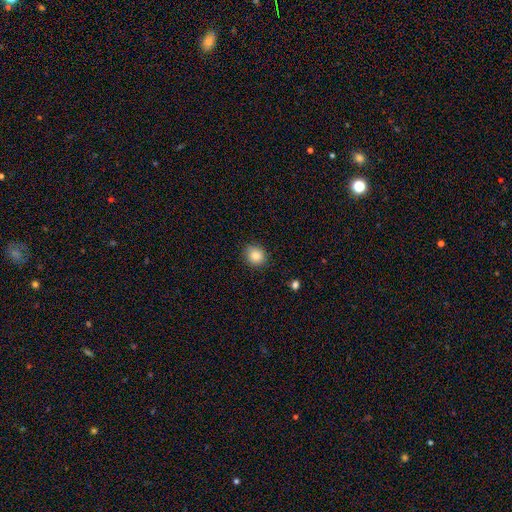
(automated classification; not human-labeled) Smooth or featured: smooth — 86% (star or artifact — 9%)
How rounded: round — 79% (in between — 20%)
Merging: none — 86% (minor disturbance — 10%)